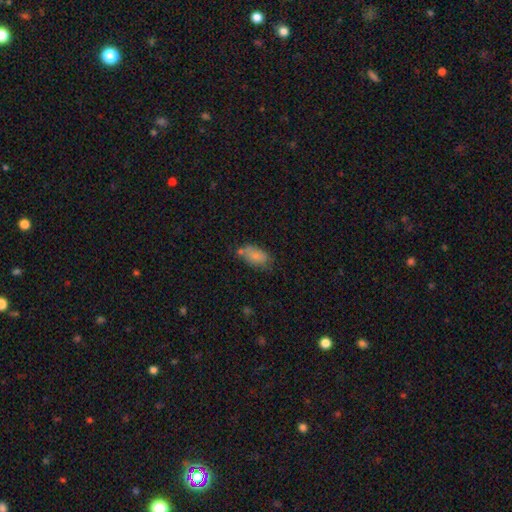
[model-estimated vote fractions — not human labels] Smooth or featured: smooth — 78% (featured or disk — 13%)
How rounded: in between — 91% (round — 5%)
Merging: none — 49% (minor disturbance — 26%)